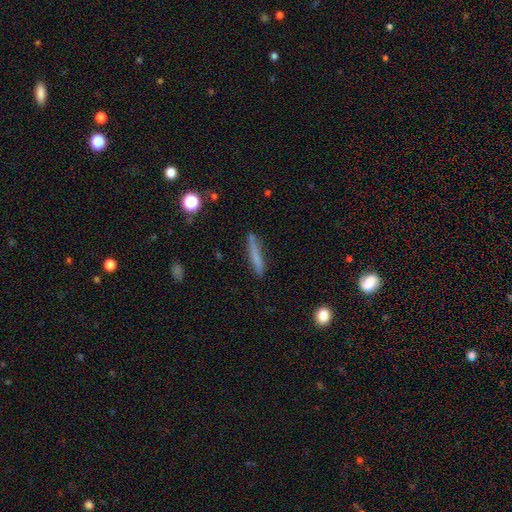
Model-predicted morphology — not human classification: Smooth or featured?
  - smooth: 69% *
  - featured or disk: 23%
  - star or artifact: 8%
How rounded?
  - cigar-shaped: 93% *
  - in between: 5%
  - round: 2%
Merging?
  - none: 83% *
  - minor disturbance: 12%
  - major disturbance: 3%
  - merger: 2%